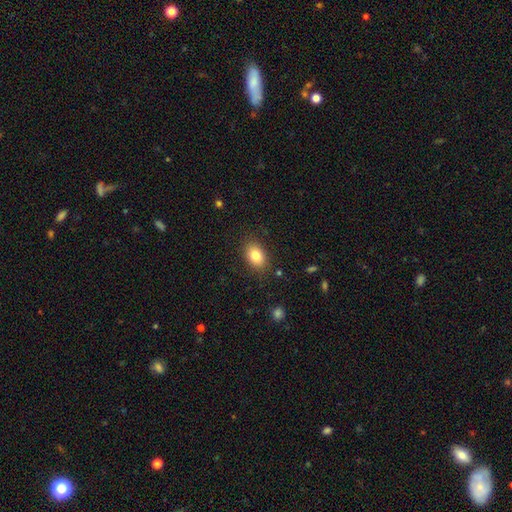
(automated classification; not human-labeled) Q: Smooth or featured?
A: smooth (82%); runner-up: featured or disk (9%)
Q: How rounded?
A: in between (84%); runner-up: round (15%)
Q: Merging?
A: none (85%); runner-up: minor disturbance (10%)